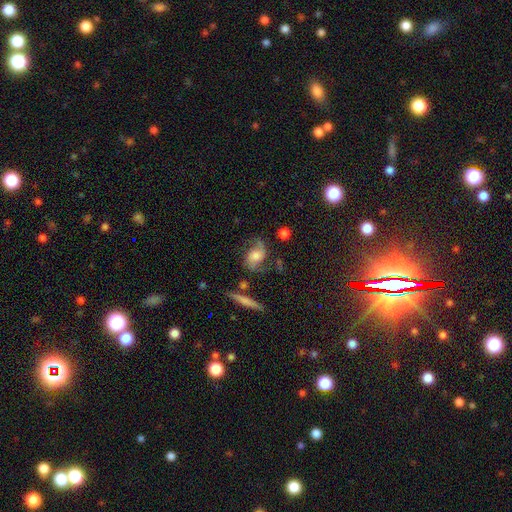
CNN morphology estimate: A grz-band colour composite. It shows a featured or disk galaxy (70%) with no bar (61%), 2 (90%) loose (54%) spiral arms (93%) and a moderate central bulge (41%). Merging: none (61%).